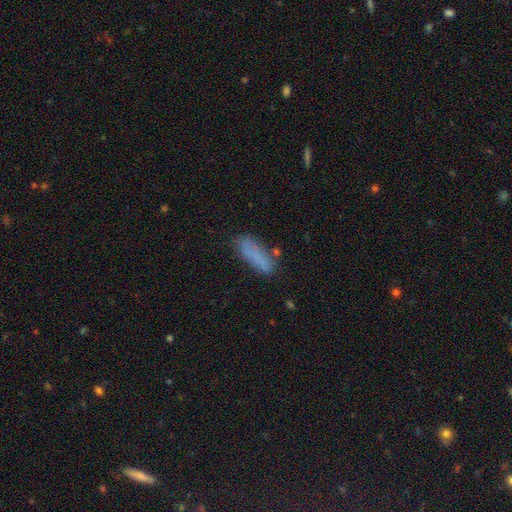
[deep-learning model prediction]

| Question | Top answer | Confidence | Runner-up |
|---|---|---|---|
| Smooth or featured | smooth | 77% | featured or disk (14%) |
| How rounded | cigar-shaped | 53% | in between (45%) |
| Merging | none | 70% | minor disturbance (19%) |